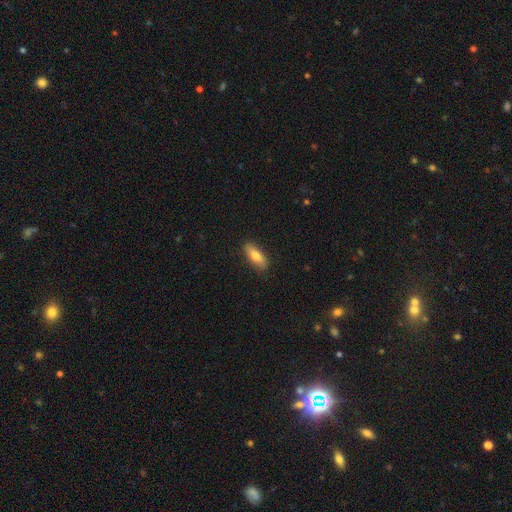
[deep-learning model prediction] This is likely a smooth galaxy (74%). How rounded: likely in between (63%). Merging: clearly none (86%).